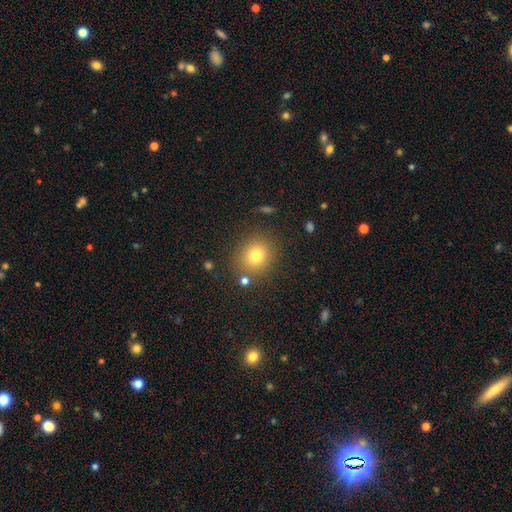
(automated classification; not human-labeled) Overall: smooth (77%). How rounded: round (82%). Merging: none (83%).